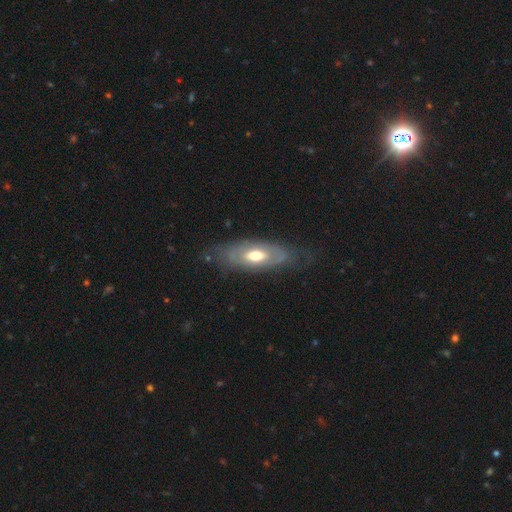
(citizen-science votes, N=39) A featured or disk galaxy (49%) with no bar (88%), no spiral arms (62%) and a moderate central bulge (75%). Merging: none (69%).